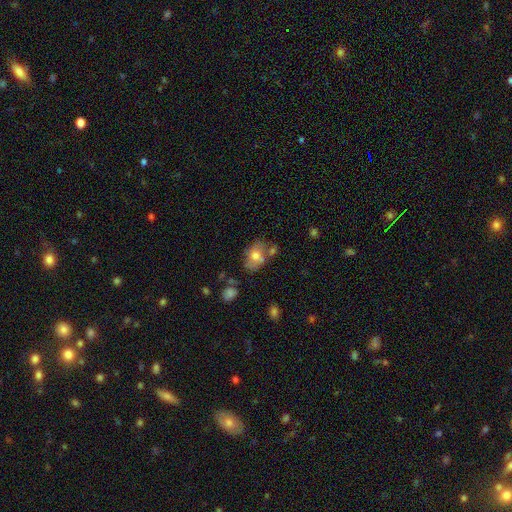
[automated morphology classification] A smooth galaxy with no disk features (65%) that is in between round and cigar-shaped (74%).

Vote fractions:
- Smooth or featured? smooth: 65% / featured or disk: 26% / star or artifact: 9%
- How rounded? in between: 74% / round: 25% / cigar-shaped: 1%
- Merging? none: 53% / minor disturbance: 21% / merger: 19% / major disturbance: 7%